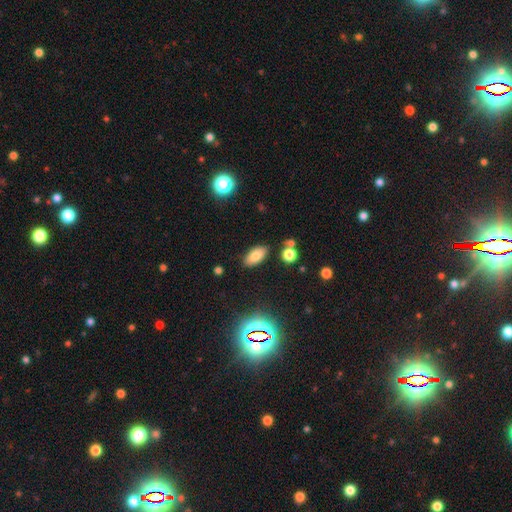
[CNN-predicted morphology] Smooth or featured? smooth (77%)
How rounded? in between (90%)
Merging? none (84%)